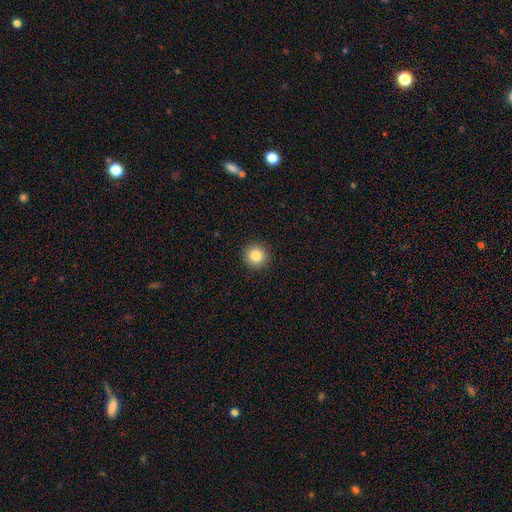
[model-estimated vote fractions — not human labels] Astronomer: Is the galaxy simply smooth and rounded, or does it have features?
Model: smooth — 85%.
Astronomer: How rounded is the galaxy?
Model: round — 94%.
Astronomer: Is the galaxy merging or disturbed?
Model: none — 92%.